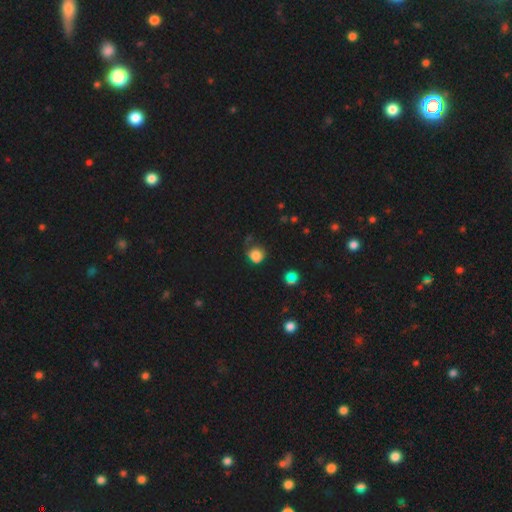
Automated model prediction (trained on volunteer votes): Morphology: type=smooth (82%); roundness=round (89%); merging=none (68%).